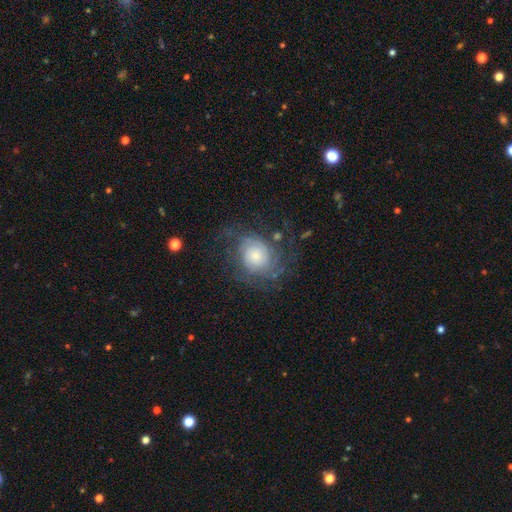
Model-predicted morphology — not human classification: Smooth or featured?
  - featured or disk: 64% *
  - smooth: 27%
  - star or artifact: 9%
Edge-on disk?
  - no: 97% *
  - yes: 3%
Bar?
  - no: 79% *
  - weak: 18%
  - strong: 3%
Spiral arms?
  - yes: 85% *
  - no: 15%
Spiral winding?
  - tight: 52% *
  - medium: 32%
  - loose: 16%
Spiral arm count?
  - can't tell: 43% *
  - 2: 26%
  - 3: 12%
  - 4: 7%
  - 1: 6%
  - more than 4: 5%
Bulge size?
  - small: 38% *
  - moderate: 36%
  - large: 18%
  - none: 4%
  - dominant: 4%
Merging?
  - none: 57% *
  - major disturbance: 21%
  - minor disturbance: 19%
  - merger: 2%